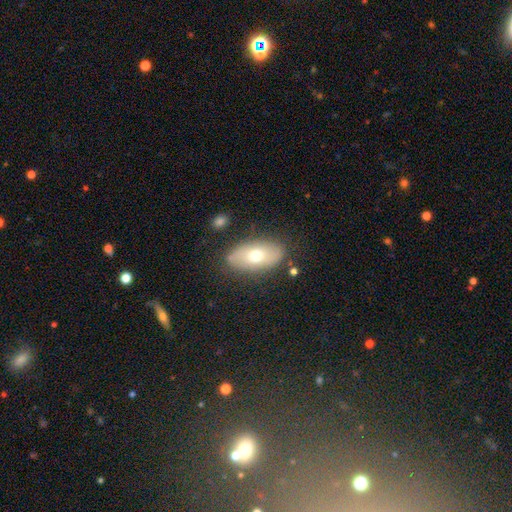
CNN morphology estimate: Overall: smooth (61%; featured or disk 32%). How rounded: in between (91%). Merging: none (80%).